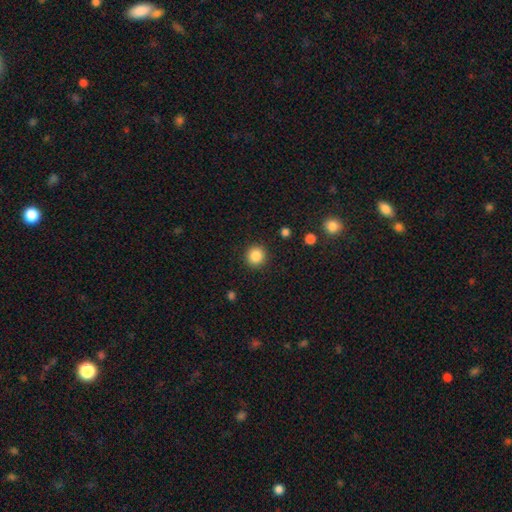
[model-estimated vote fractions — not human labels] smooth_or_featured: smooth (p=0.86) [alt: star or artifact p=0.10]
how_rounded: round (p=0.93) [alt: in between p=0.06]
merging: none (p=0.91) [alt: minor disturbance p=0.05]